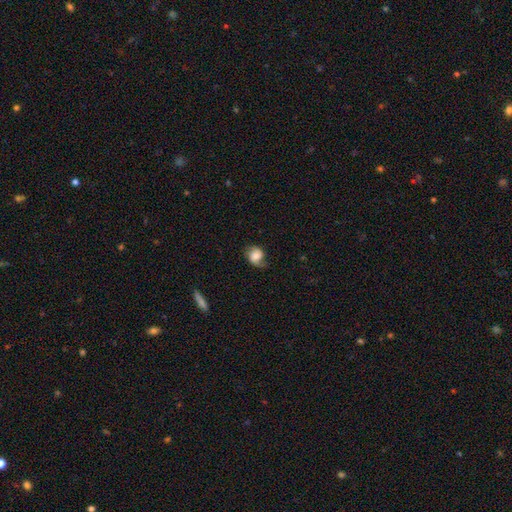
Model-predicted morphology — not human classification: smooth-or-featured: smooth: 58% | featured or disk: 34% | star or artifact: 9%
  how-rounded: round: 57% | in between: 42% | cigar-shaped: 1%
  merging: none: 60% | minor disturbance: 28% | major disturbance: 11% | merger: 1%